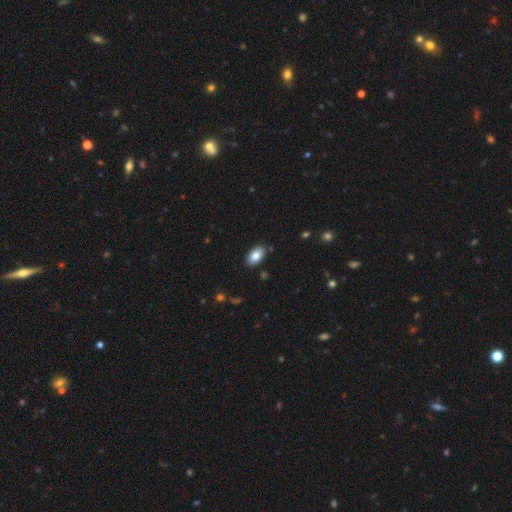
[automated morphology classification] Smooth or featured? smooth (84%)
How rounded? in between (93%)
Merging? none (87%)